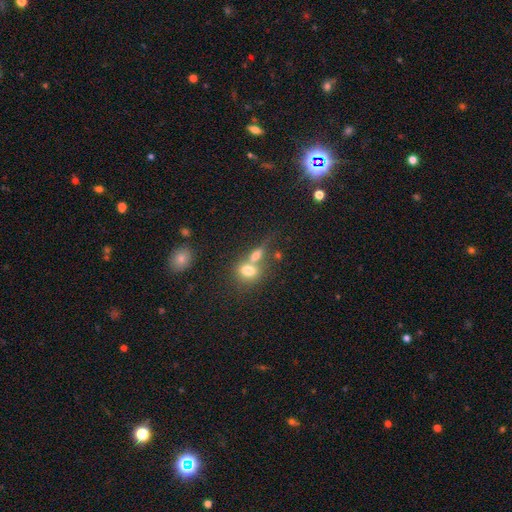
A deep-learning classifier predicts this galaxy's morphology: Smooth or featured: smooth — 67% (featured or disk — 21%)
How rounded: in between — 56% (round — 34%)
Merging: merger — 60% (none — 27%)